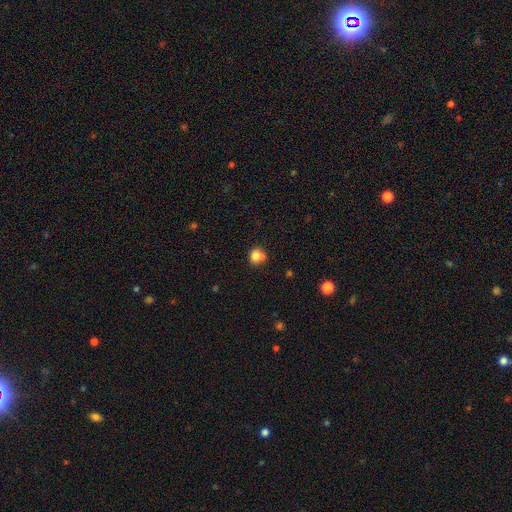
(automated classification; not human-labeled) Overall: smooth (80%). How rounded: round (82%). Merging: none (59%; minor disturbance 21%).